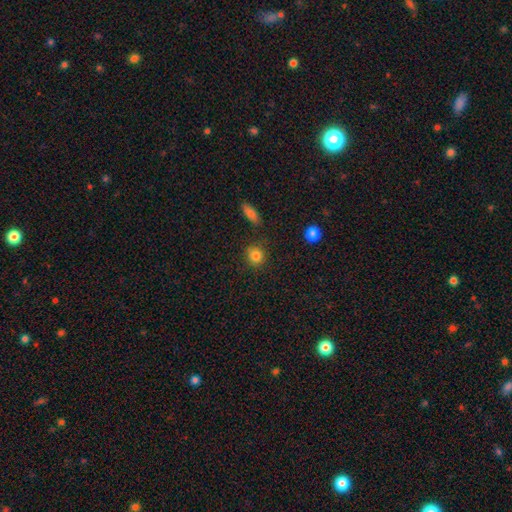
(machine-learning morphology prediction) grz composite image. It shows a smooth galaxy with no disk features (83%) that is round (87%). Merging: none (87%).